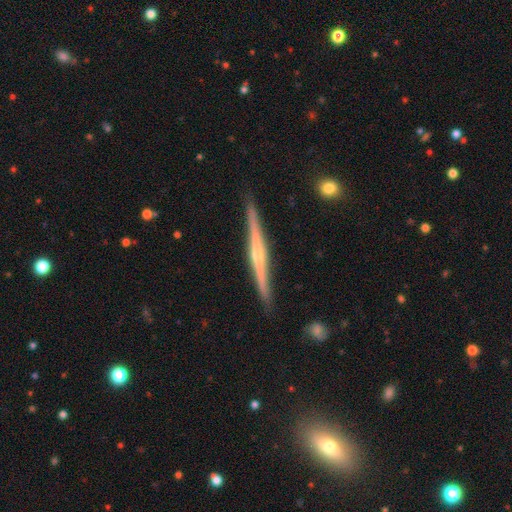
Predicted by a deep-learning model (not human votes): Overall: featured or disk (78%). Edge-on disk: yes (98%). Edge-on bulge: rounded (62%; none 30%). Merging: none (90%).